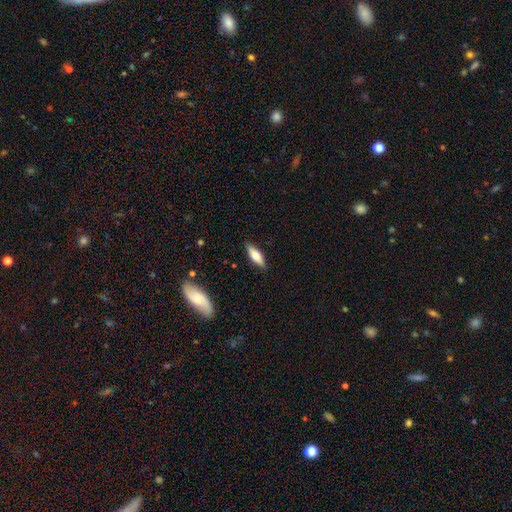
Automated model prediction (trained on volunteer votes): smooth 64%, featured or disk 30%, star or artifact 6%. Down the decision tree: how rounded — in between (56%); merging — none (86%).